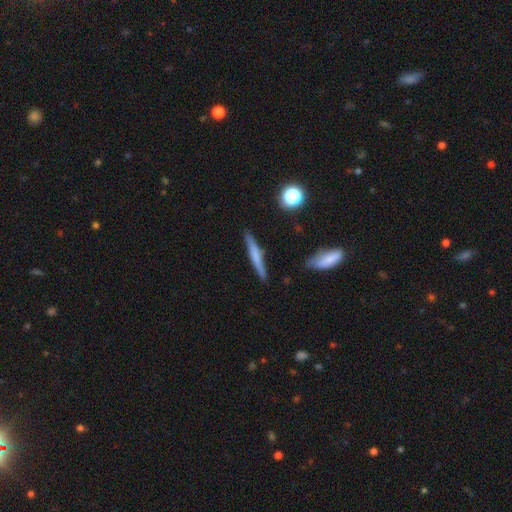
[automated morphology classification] Smooth or featured: smooth — 52% (featured or disk — 41%)
How rounded: cigar-shaped — 94% (in between — 4%)
Merging: none — 87% (minor disturbance — 9%)